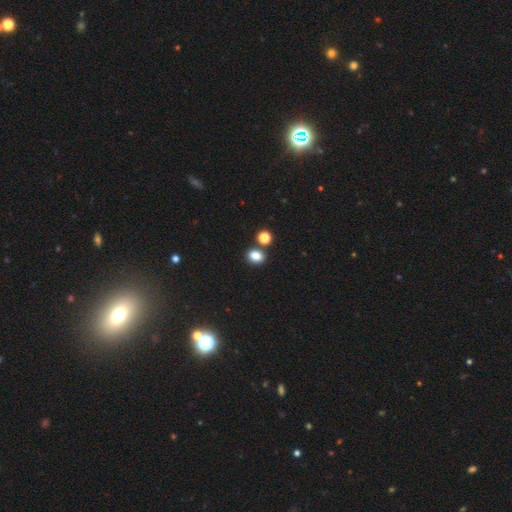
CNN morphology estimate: smooth_or_featured: smooth (p=0.83) [alt: star or artifact p=0.12]
how_rounded: round (p=0.50) [alt: in between p=0.49]
merging: none (p=0.73) [alt: merger p=0.16]